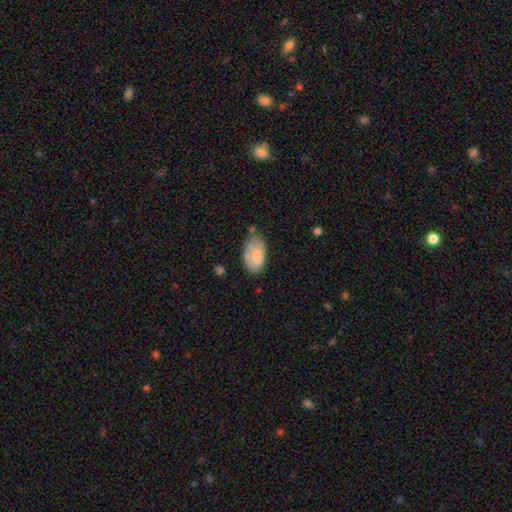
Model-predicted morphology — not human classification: Smooth or featured?
  - smooth: 70% *
  - featured or disk: 24%
  - star or artifact: 7%
How rounded?
  - in between: 93% *
  - round: 5%
  - cigar-shaped: 2%
Merging?
  - none: 52% *
  - minor disturbance: 33%
  - major disturbance: 10%
  - merger: 5%